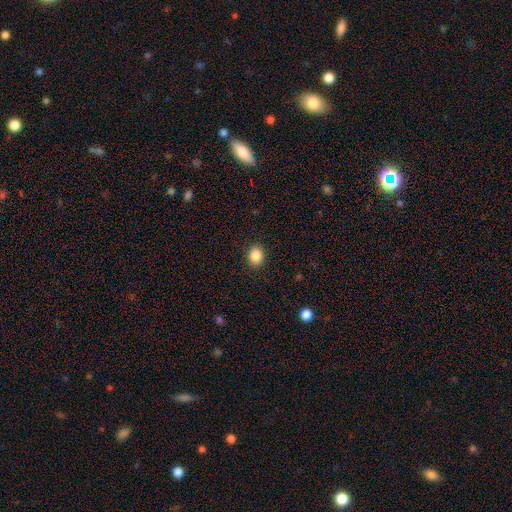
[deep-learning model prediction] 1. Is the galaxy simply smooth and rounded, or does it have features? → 86% smooth, 9% star or artifact, 5% featured or disk.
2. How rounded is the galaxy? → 51% round, 49% in between, 1% cigar-shaped.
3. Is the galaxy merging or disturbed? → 90% none, 7% minor disturbance, 2% major disturbance, 1% merger.